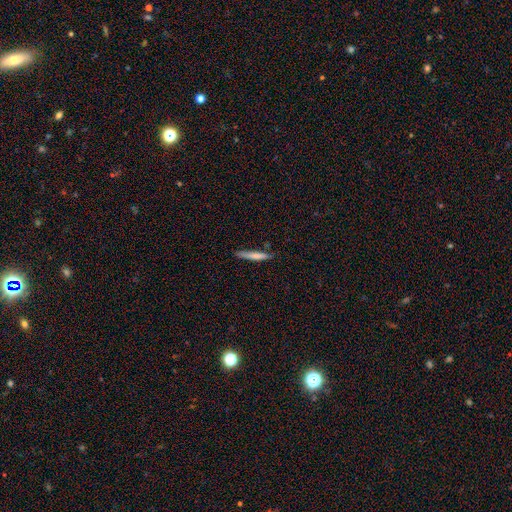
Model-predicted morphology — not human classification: smooth-or-featured: smooth: 71% | featured or disk: 23% | star or artifact: 6%
  how-rounded: cigar-shaped: 94% | in between: 5% | round: 1%
  merging: none: 80% | minor disturbance: 16% | major disturbance: 2% | merger: 2%